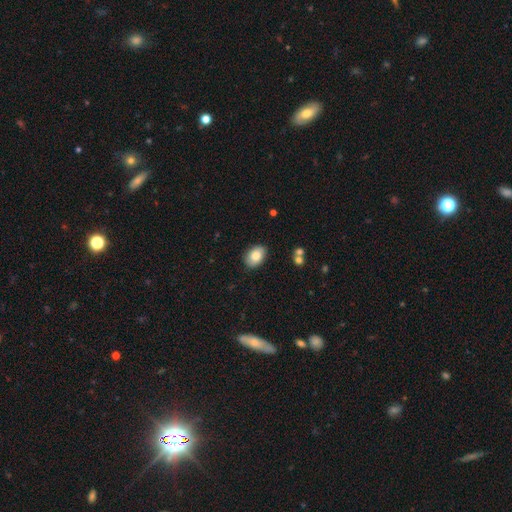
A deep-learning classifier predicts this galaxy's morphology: type=smooth (82%); roundness=in between (82%); merging=none (85%).